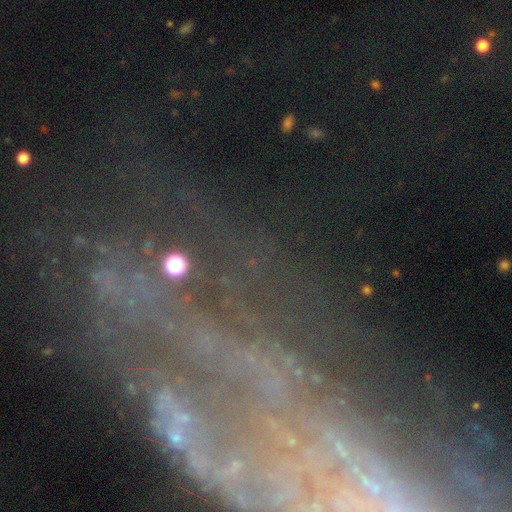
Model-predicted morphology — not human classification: The model was most divided on "smooth or featured": featured or disk: 52%, star or artifact: 34%, smooth: 14%. More confident: edge-on disk — no (87%); merging — none (61%).